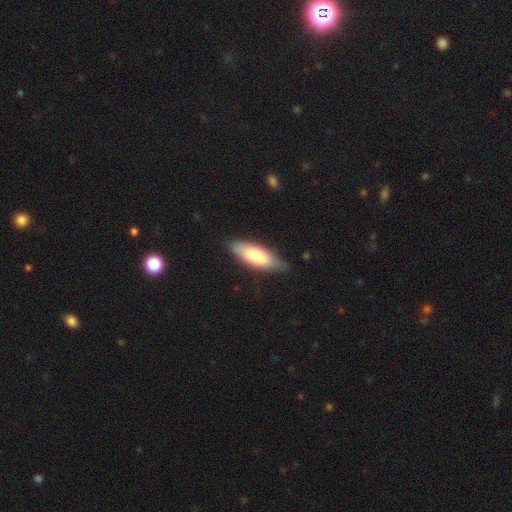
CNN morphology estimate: Smooth or featured: smooth — 76% (featured or disk — 19%)
How rounded: in between — 69% (cigar-shaped — 29%)
Merging: none — 77% (minor disturbance — 19%)